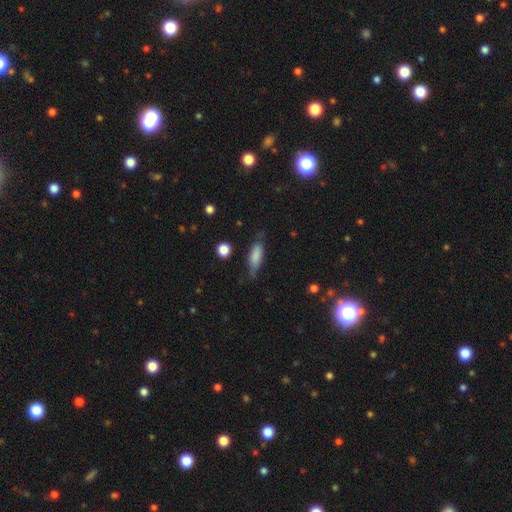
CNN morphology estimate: smooth-or-featured: smooth: 75% | featured or disk: 18% | star or artifact: 7%
  how-rounded: in between: 61% | cigar-shaped: 37% | round: 3%
  merging: none: 63% | minor disturbance: 27% | major disturbance: 8% | merger: 2%